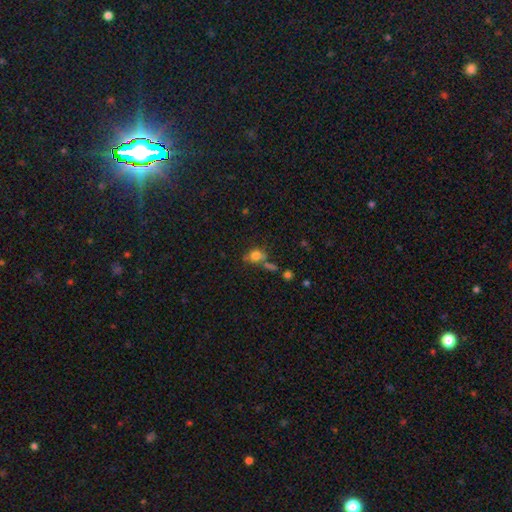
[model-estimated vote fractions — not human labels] Smooth or featured: smooth — 72% (star or artifact — 16%)
How rounded: round — 64% (in between — 33%)
Merging: none — 50% (merger — 22%)